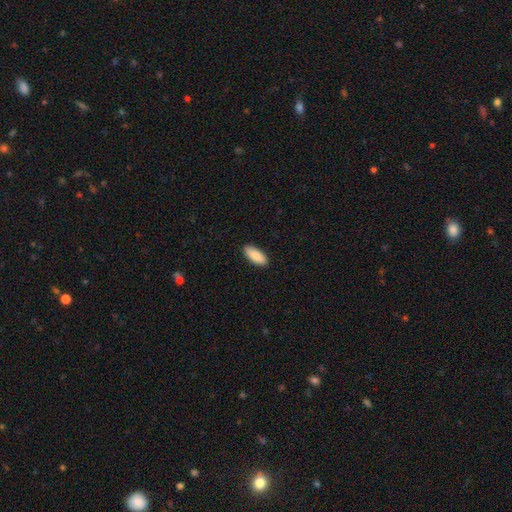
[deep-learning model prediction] Q: Smooth or featured?
A: smooth (89%); runner-up: star or artifact (5%)
Q: How rounded?
A: in between (85%); runner-up: cigar-shaped (13%)
Q: Merging?
A: none (90%); runner-up: minor disturbance (7%)